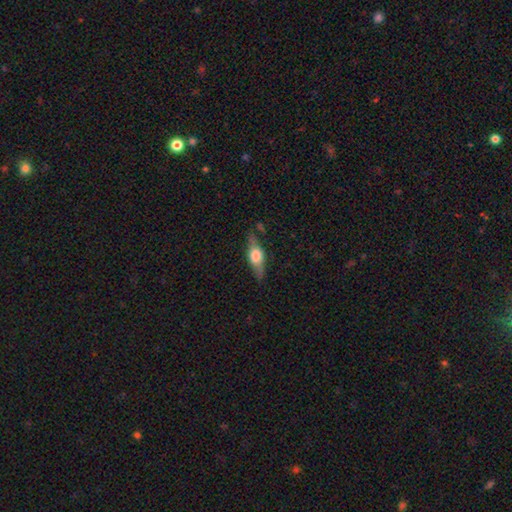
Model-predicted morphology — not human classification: smooth_or_featured: featured or disk (p=0.50) [alt: smooth p=0.43]
disk_edge_on: yes (p=0.86) [alt: no p=0.14]
merging: none (p=0.75) [alt: minor disturbance p=0.17]